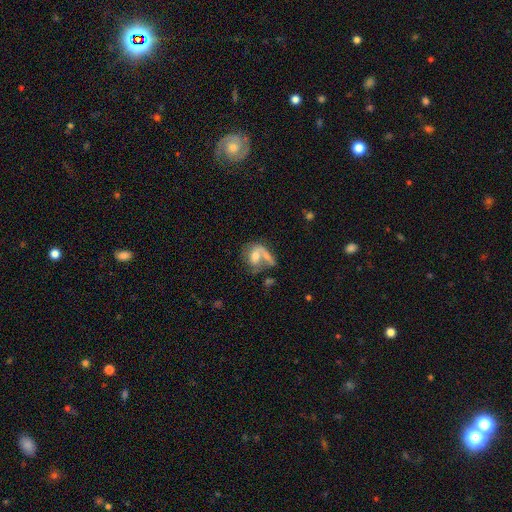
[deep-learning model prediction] smooth 54%, featured or disk 37%, star or artifact 9%. Down the decision tree: how rounded — in between (65%); merging — merger (42%).